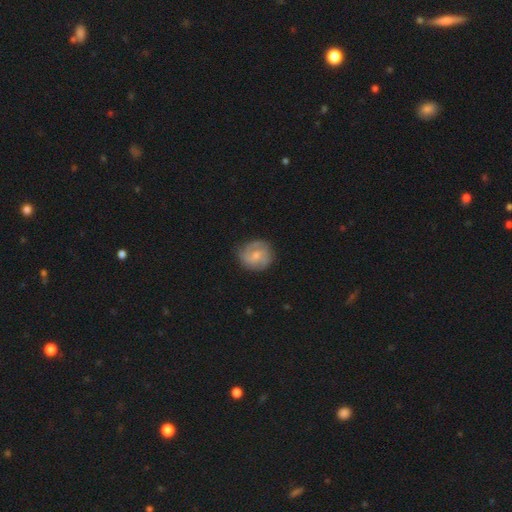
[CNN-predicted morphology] This appears to be a featured or disk galaxy (58%) with no bar (59%), spiral arms (86%) and a small central bulge (58%). Merging: none (79%).